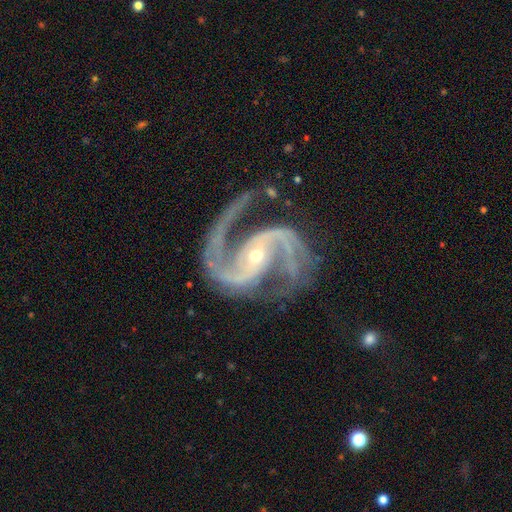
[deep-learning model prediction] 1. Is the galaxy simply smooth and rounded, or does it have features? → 94% featured or disk, 5% star or artifact, 2% smooth.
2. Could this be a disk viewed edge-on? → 98% no, 2% yes.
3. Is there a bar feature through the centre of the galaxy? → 40% no, 32% strong, 29% weak.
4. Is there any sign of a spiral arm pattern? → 99% yes, 1% no.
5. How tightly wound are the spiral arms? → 65% medium, 17% loose, 17% tight.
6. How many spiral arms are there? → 86% 2, 7% 3, 2% can't tell, 2% 4, 2% 1, 2% more than 4.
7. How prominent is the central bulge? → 71% small, 26% moderate, 1% large, 1% none, 1% dominant.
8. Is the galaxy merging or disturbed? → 69% none, 17% minor disturbance, 11% major disturbance, 2% merger.